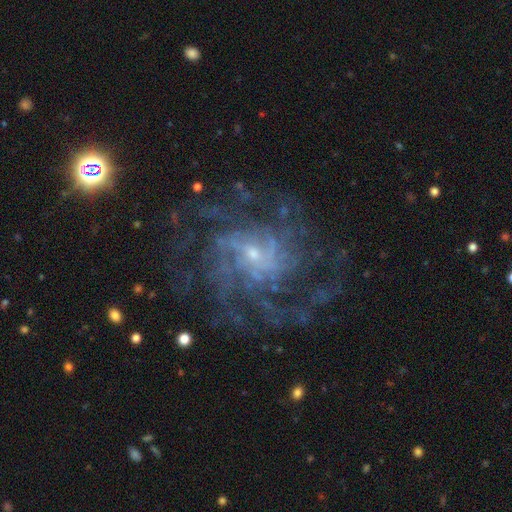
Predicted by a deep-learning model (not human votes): Smooth or featured? Predicted: featured or disk (p=0.86). Edge-on disk? Predicted: no (p=0.98). Bar? Predicted: no (p=0.59). Spiral arms? Predicted: yes (p=0.95). Spiral winding? Predicted: tight (p=0.45). Spiral arm count? Predicted: can't tell (p=0.29). Bulge size? Predicted: small (p=0.75). Merging? Predicted: none (p=0.68).